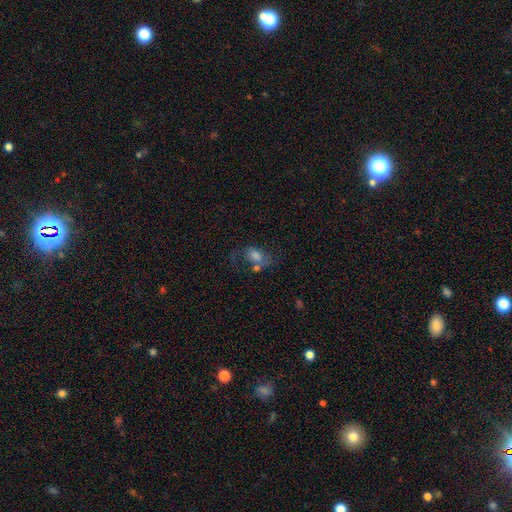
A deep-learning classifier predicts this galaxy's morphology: Overall: smooth (56%; featured or disk 30%). How rounded: in between (74%). Merging: none (37%; major disturbance 22%).